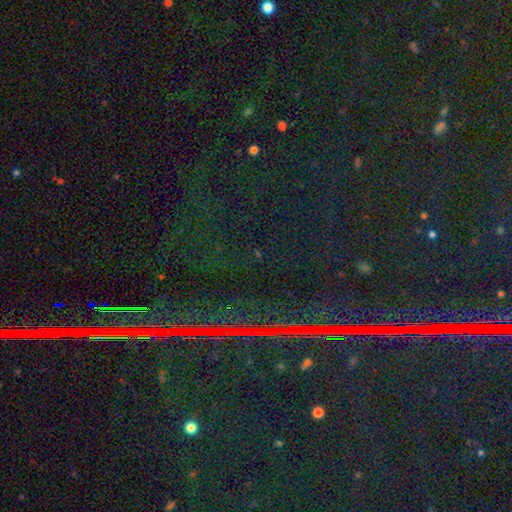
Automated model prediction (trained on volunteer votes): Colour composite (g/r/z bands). It shows a star or artifact, not a galaxy (87%).